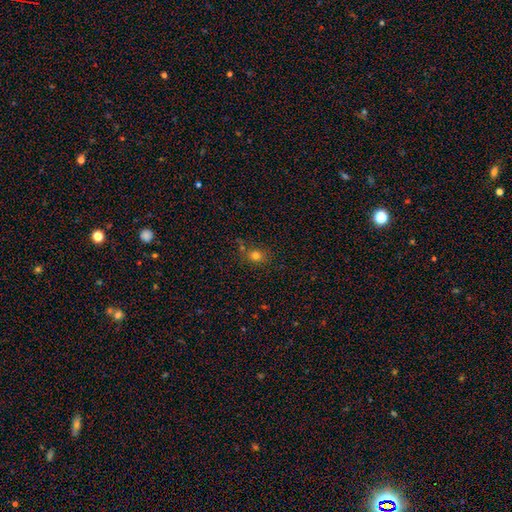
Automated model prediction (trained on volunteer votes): A smooth galaxy with no disk features (75%) that is round (59%).

Vote fractions:
- Smooth or featured? smooth: 75% / star or artifact: 18% / featured or disk: 7%
- How rounded? round: 59% / in between: 39% / cigar-shaped: 1%
- Merging? none: 72% / minor disturbance: 15% / merger: 8% / major disturbance: 5%